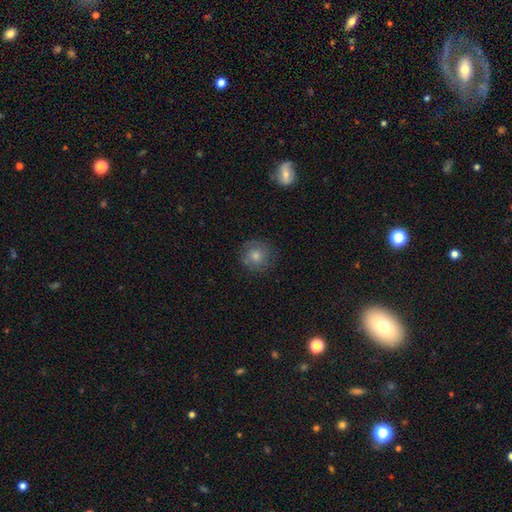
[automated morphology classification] The model was most divided on "smooth or featured": smooth: 55%, featured or disk: 27%, star or artifact: 18%. More confident: how rounded — round (92%); merging — none (84%).